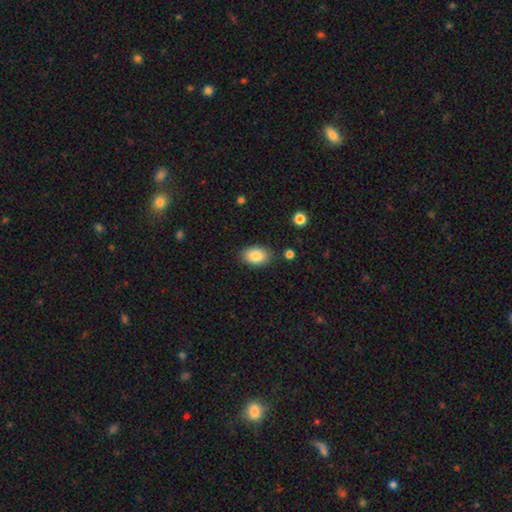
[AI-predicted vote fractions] Overall: smooth (86%). How rounded: in between (87%). Merging: none (84%).